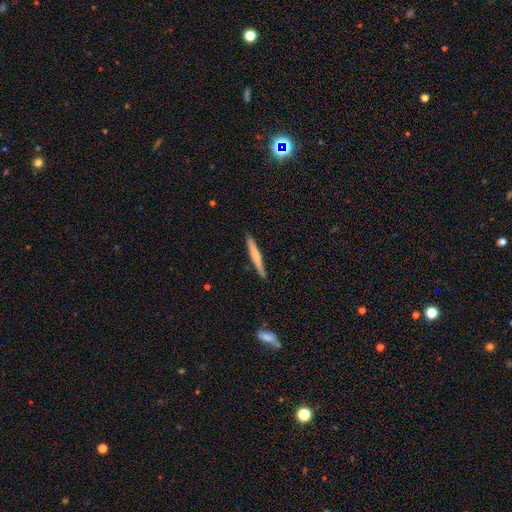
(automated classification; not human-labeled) Smooth or featured? Predicted: smooth (p=0.61). How rounded? Predicted: cigar-shaped (p=0.96). Merging? Predicted: none (p=0.88).